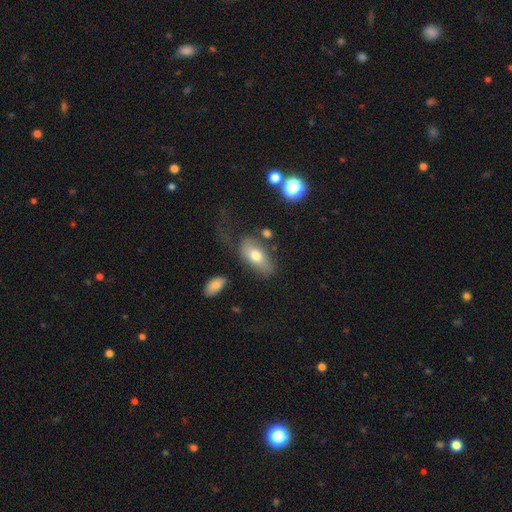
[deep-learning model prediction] A smooth galaxy with no disk features (68%) that is in between round and cigar-shaped (90%). Merging: none (50%).